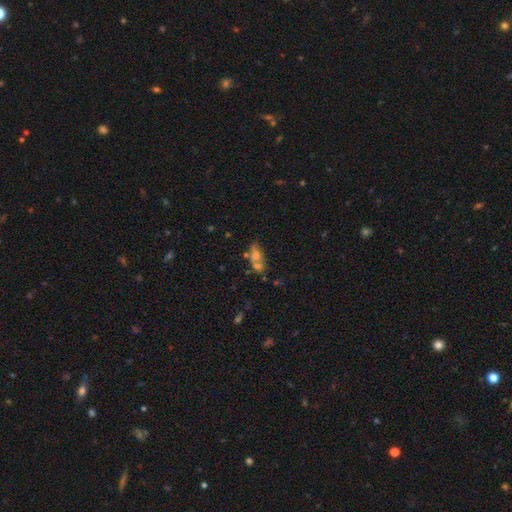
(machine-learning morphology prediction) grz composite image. It shows a smooth galaxy with no disk features (48%). Merging: none (42%).